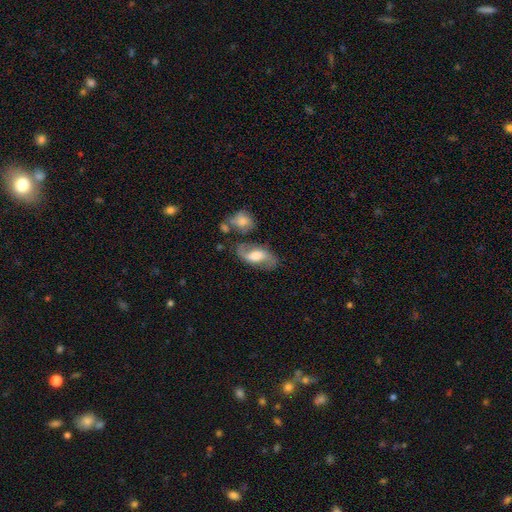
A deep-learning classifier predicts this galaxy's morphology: Smooth or featured? featured or disk (63%)
Edge-on disk? no (92%)
Bar? weak (45%)
Spiral arms? yes (84%)
Bulge size? moderate (47%)
Merging? none (64%)